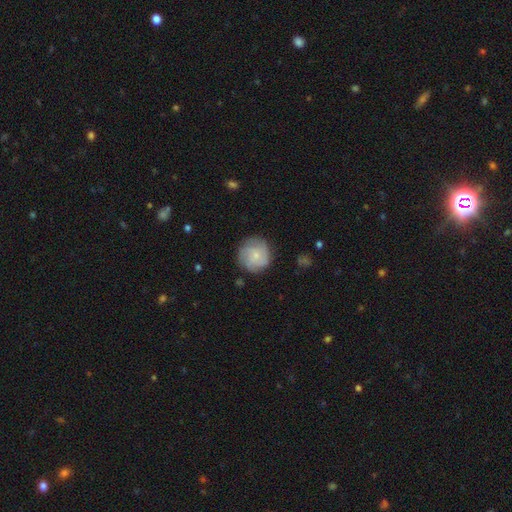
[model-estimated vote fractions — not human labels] This is possibly a smooth galaxy (48%). Merging: likely none (79%).